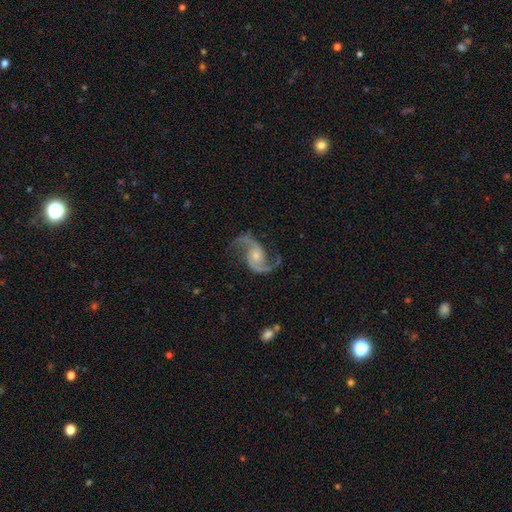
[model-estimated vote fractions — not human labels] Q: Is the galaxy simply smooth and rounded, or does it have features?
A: featured or disk — 92%.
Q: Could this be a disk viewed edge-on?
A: no — 98%.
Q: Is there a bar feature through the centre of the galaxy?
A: no — 64%.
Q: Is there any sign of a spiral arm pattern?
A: yes — 98%.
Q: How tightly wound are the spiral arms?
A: loose — 50%.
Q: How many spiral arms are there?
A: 2 — 94%.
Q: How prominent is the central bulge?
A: small — 55%.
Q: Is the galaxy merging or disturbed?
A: none — 77%.